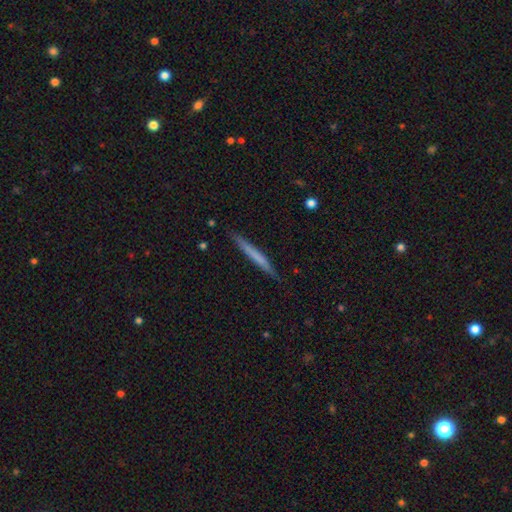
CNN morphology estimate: smooth 57%, featured or disk 37%, star or artifact 6%. Down the decision tree: how rounded — cigar-shaped (97%); merging — none (88%).